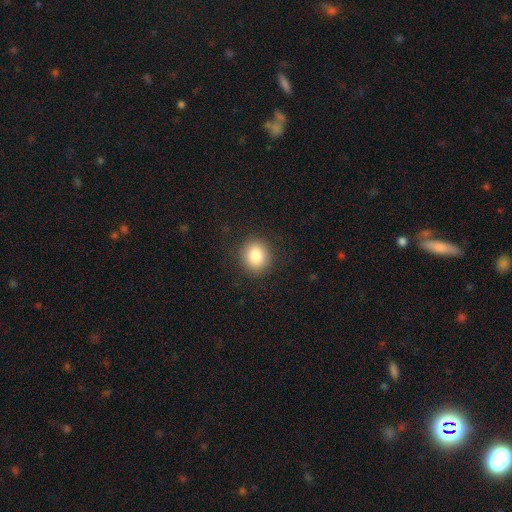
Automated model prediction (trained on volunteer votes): Morphology: type=smooth (85%); roundness=round (83%); merging=none (89%).